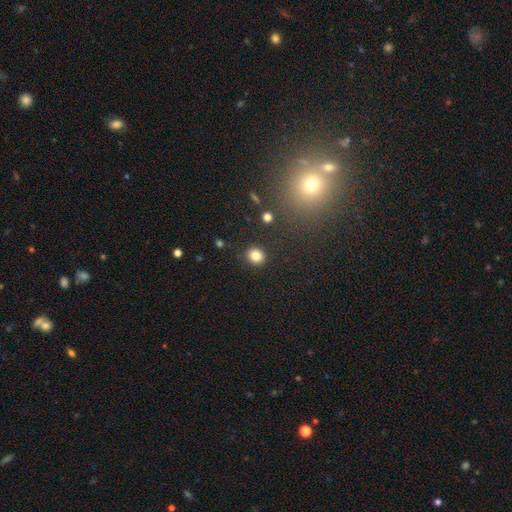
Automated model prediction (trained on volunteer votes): Smooth or featured? Predicted: smooth (p=0.83). How rounded? Predicted: round (p=0.79). Merging? Predicted: none (p=0.89).